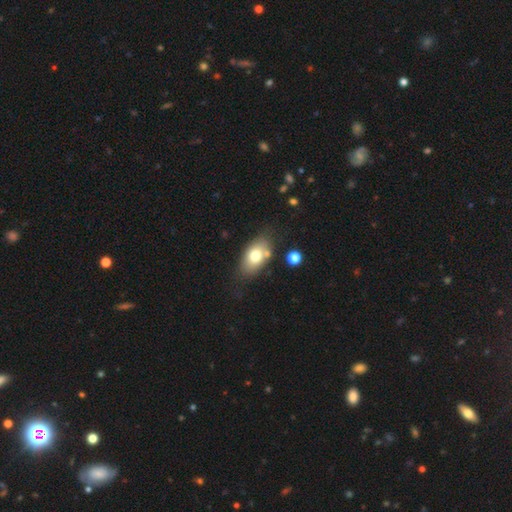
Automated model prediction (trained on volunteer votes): This appears to be a smooth galaxy with no disk features (73%) that is in between round and cigar-shaped (88%). Merging: none (70%).